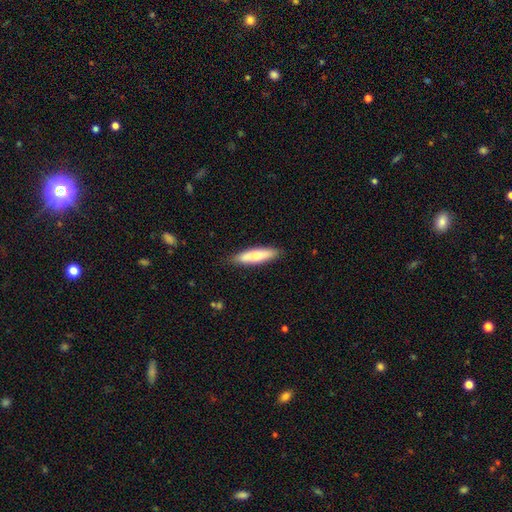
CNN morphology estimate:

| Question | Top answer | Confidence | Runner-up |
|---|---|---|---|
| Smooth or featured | smooth | 71% | featured or disk (24%) |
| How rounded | cigar-shaped | 72% | in between (26%) |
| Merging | none | 87% | minor disturbance (10%) |